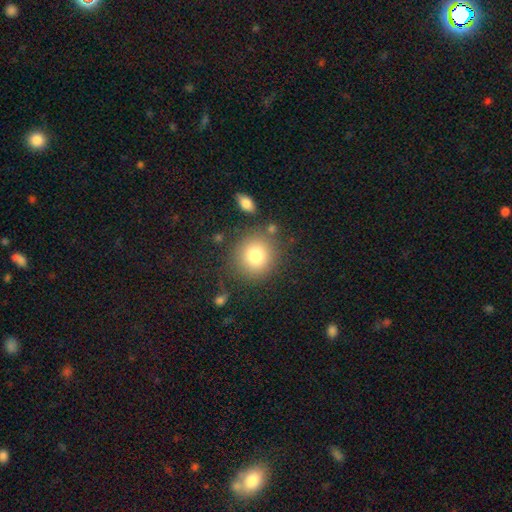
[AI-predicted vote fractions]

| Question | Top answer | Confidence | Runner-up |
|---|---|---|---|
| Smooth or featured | smooth | 80% | star or artifact (11%) |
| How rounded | round | 88% | in between (11%) |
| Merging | none | 80% | minor disturbance (10%) |